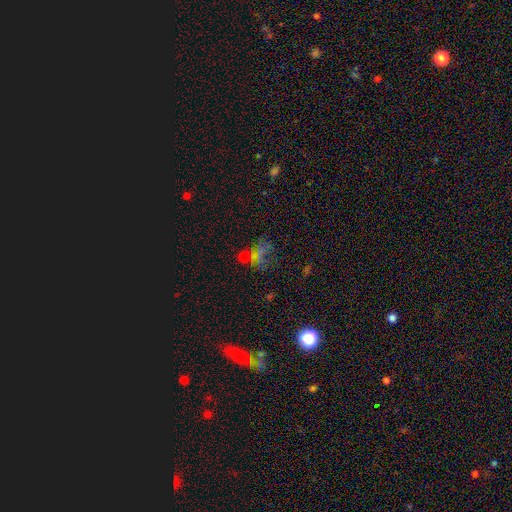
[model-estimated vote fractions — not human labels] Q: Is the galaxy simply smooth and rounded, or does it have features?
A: star or artifact — 42%.